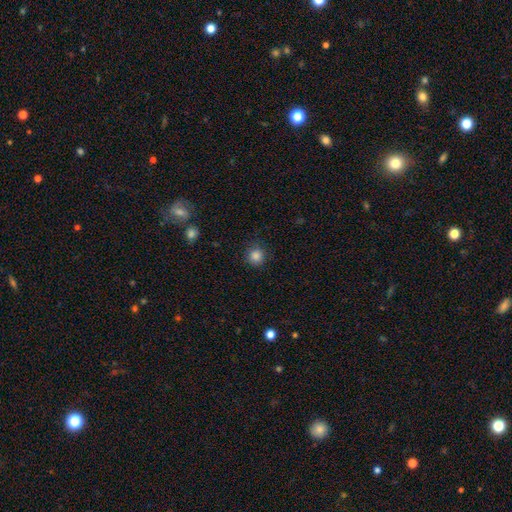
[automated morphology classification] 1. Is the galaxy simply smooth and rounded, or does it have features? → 85% smooth, 11% star or artifact, 4% featured or disk.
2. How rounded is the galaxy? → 93% round, 6% in between, 1% cigar-shaped.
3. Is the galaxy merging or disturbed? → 86% none, 9% minor disturbance, 3% major disturbance, 1% merger.